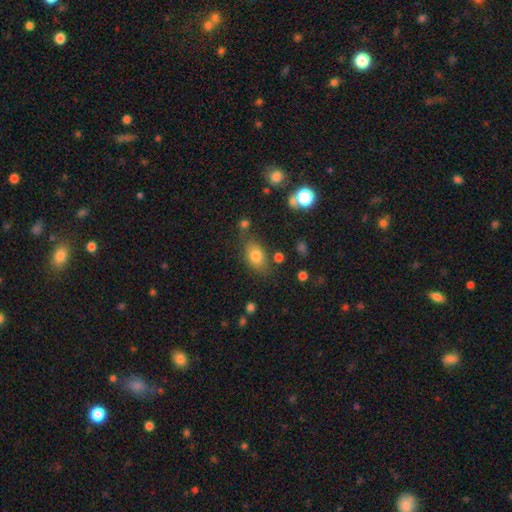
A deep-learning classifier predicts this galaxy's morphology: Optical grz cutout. It shows a smooth galaxy with no disk features (78%) that is in between round and cigar-shaped (82%). Merging: none (71%).